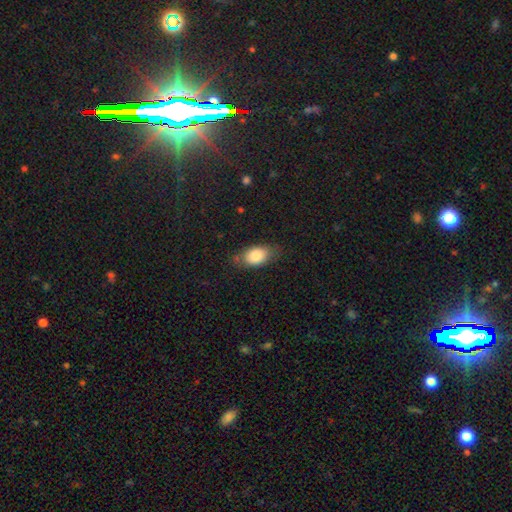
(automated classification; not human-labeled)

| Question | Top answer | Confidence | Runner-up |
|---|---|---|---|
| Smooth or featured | smooth | 82% | featured or disk (11%) |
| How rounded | in between | 87% | round (11%) |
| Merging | none | 70% | minor disturbance (22%) |